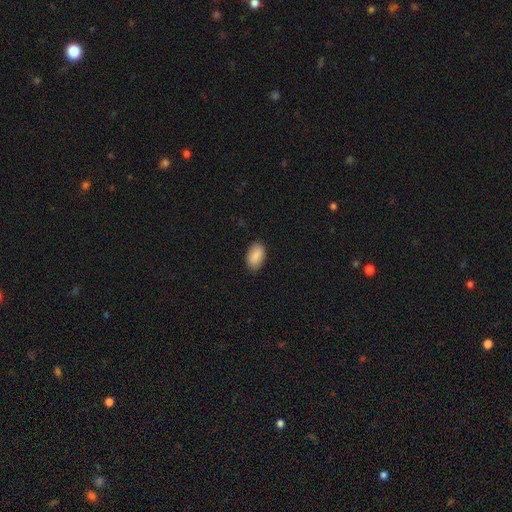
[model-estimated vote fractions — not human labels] Smooth or featured: smooth — 87% (star or artifact — 7%)
How rounded: in between — 92% (round — 6%)
Merging: none — 83% (minor disturbance — 13%)